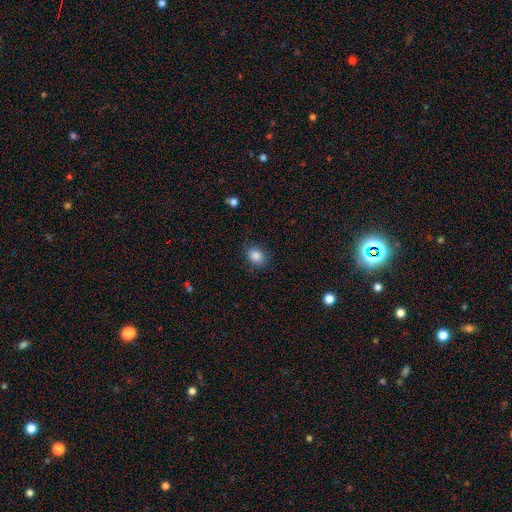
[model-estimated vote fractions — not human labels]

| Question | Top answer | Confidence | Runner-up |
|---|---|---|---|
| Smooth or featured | smooth | 86% | star or artifact (9%) |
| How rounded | in between | 60% | round (39%) |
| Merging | none | 84% | minor disturbance (12%) |